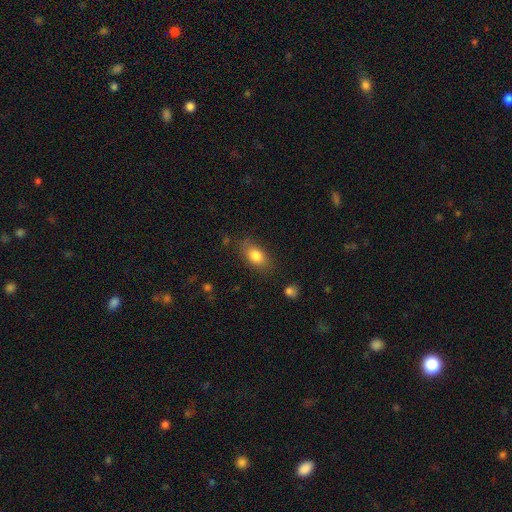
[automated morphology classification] The model was most divided on "merging": none: 78%, minor disturbance: 16%, major disturbance: 4%, merger: 2%. More confident: how rounded — in between (86%); smooth or featured — smooth (82%).